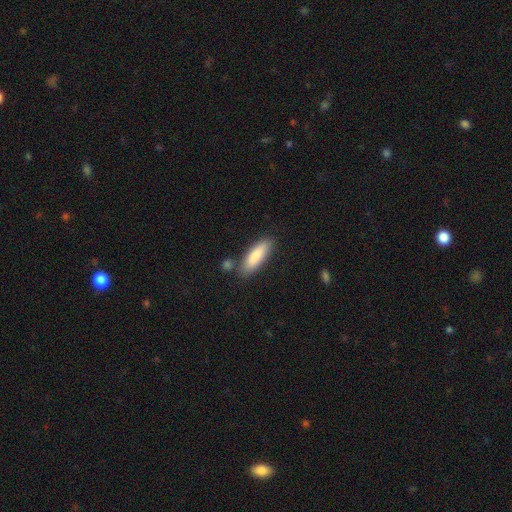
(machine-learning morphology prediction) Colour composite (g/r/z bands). It shows a smooth galaxy with no disk features (84%) that is in between round and cigar-shaped (53%). Merging: none (78%).